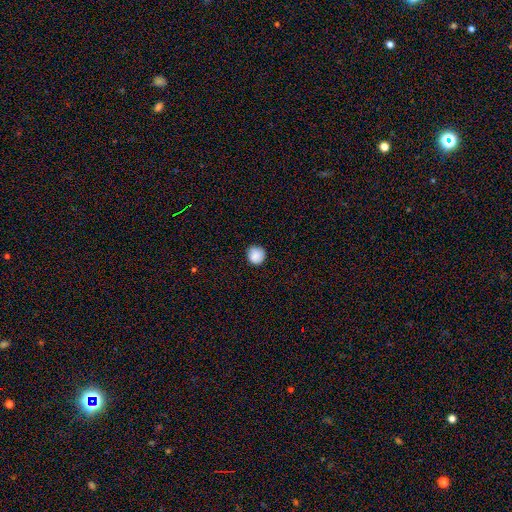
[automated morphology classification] Smooth or featured? Predicted: smooth (p=0.88). How rounded? Predicted: round (p=0.93). Merging? Predicted: none (p=0.85).